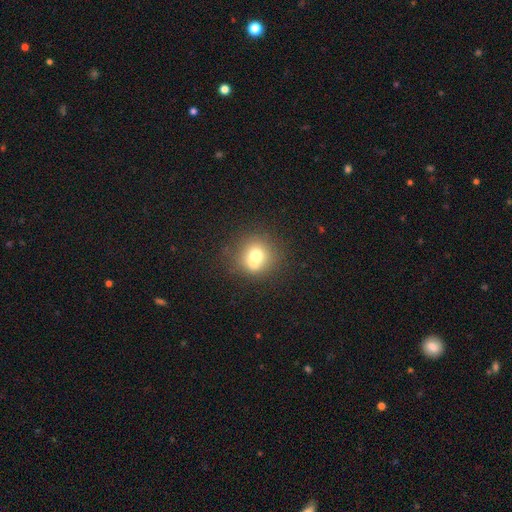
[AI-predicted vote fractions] Overall: smooth (67%). How rounded: round (86%). Merging: none (45%; merger 41%).